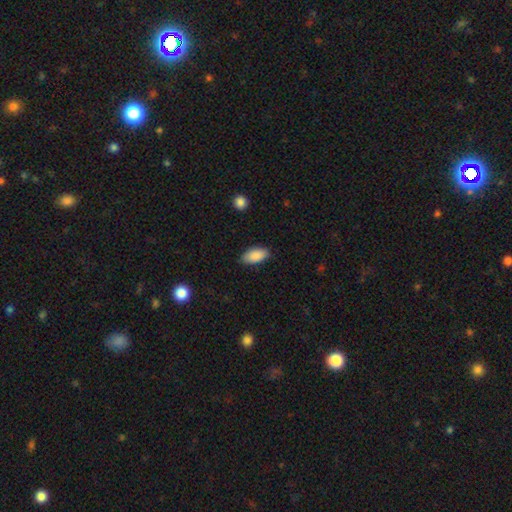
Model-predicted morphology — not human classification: A smooth galaxy with no disk features (89%) that is in between round and cigar-shaped (93%). Merging: none (83%).